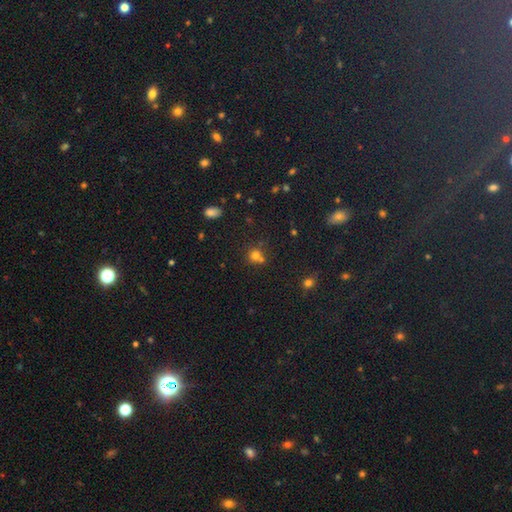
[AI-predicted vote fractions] The model was most divided on "merging": none: 55%, merger: 33%, minor disturbance: 9%, major disturbance: 3%. More confident: how rounded — round (87%); smooth or featured — smooth (70%).